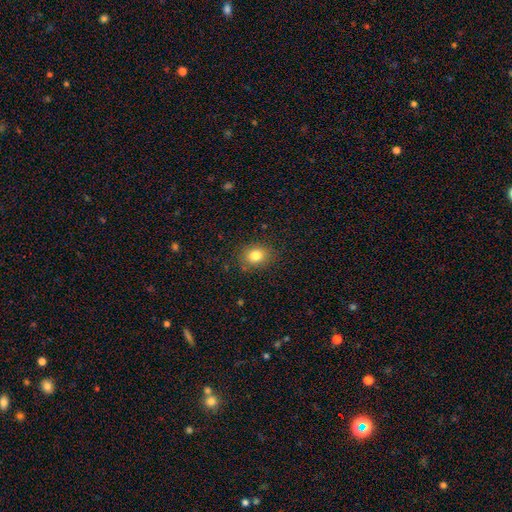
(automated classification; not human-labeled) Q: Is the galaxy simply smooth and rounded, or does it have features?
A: smooth — 81%.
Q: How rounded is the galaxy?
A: round — 57%.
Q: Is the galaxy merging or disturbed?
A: none — 84%.